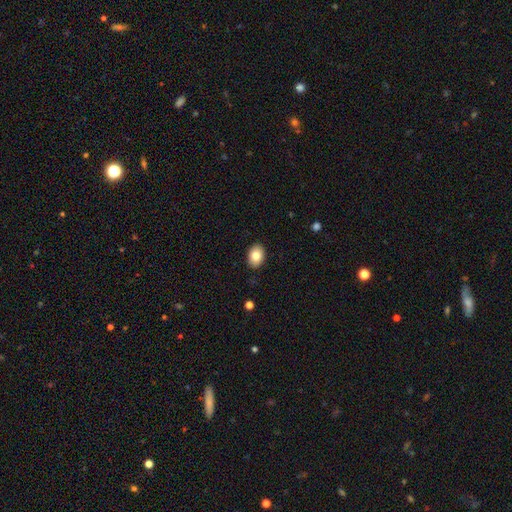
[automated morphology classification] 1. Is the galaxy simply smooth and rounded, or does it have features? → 83% smooth, 10% featured or disk, 8% star or artifact.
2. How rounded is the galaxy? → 78% in between, 21% round, 1% cigar-shaped.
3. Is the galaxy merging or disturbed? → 89% none, 8% minor disturbance, 2% major disturbance, 1% merger.